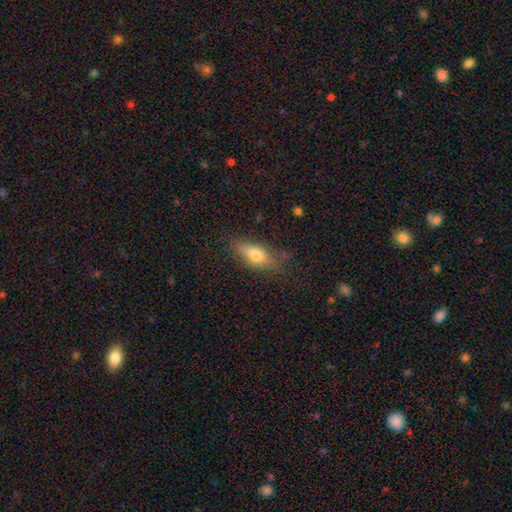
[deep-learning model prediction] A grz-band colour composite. It shows a smooth galaxy with no disk features (65%) that is in between round and cigar-shaped (68%). Merging: none (78%).